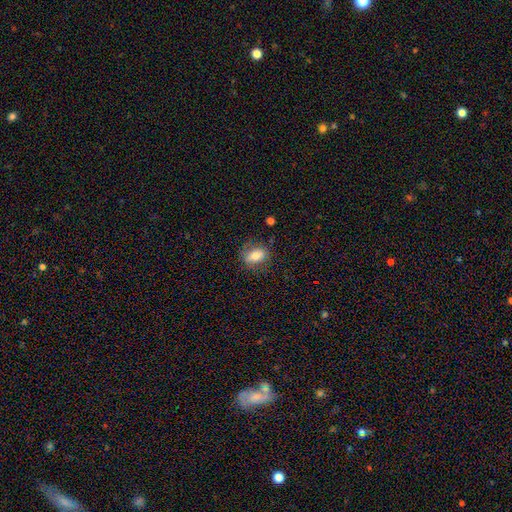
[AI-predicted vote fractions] Smooth or featured? Predicted: smooth (p=0.70). How rounded? Predicted: in between (p=0.75). Merging? Predicted: none (p=0.75).